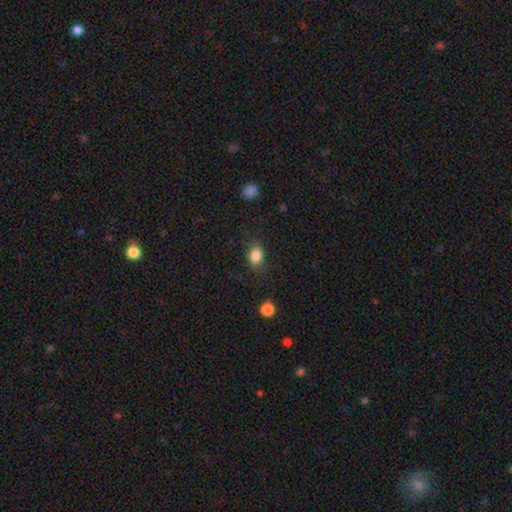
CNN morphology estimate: Smooth or featured? Predicted: smooth (p=0.85). How rounded? Predicted: in between (p=0.65). Merging? Predicted: none (p=0.78).